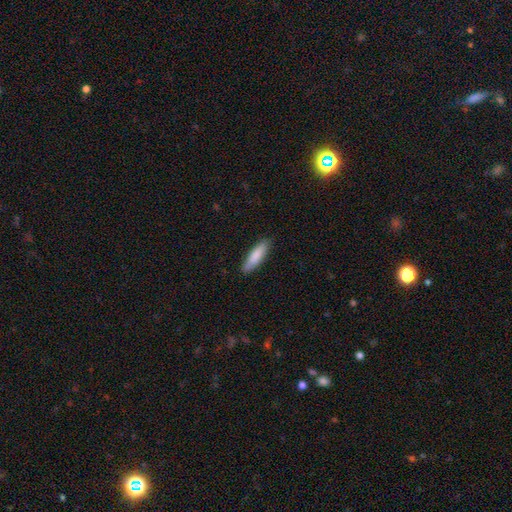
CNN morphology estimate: smooth 84%, featured or disk 11%, star or artifact 5%. Down the decision tree: how rounded — cigar-shaped (67%); merging — none (87%).